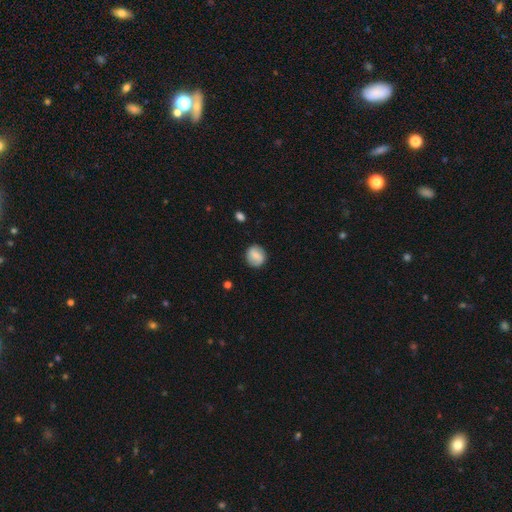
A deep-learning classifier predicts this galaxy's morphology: type=smooth (72%); roundness=round (81%); merging=none (86%).